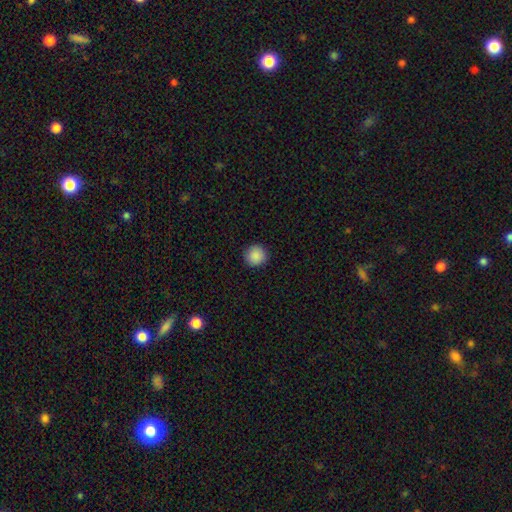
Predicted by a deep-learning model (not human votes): Overall: smooth (89%). How rounded: round (95%). Merging: none (92%).